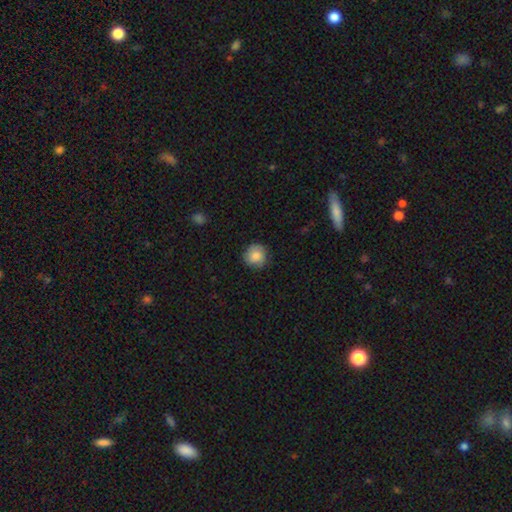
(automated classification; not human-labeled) smooth 84%, featured or disk 9%, star or artifact 8%. Down the decision tree: how rounded — round (91%); merging — none (82%).